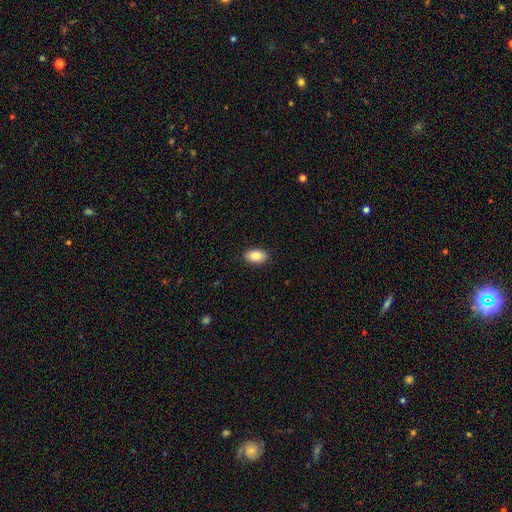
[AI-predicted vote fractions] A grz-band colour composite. It shows a smooth galaxy with no disk features (86%) that is in between round and cigar-shaped (93%). Merging: none (89%).